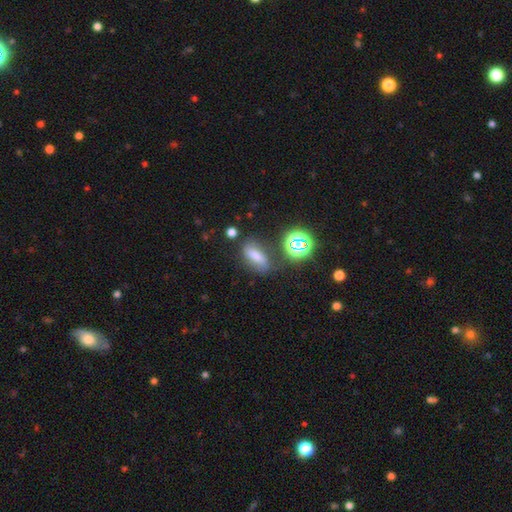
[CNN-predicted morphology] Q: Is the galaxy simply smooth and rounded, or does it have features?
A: smooth — 50%.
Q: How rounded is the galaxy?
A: in between — 68%.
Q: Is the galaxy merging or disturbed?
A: none — 66%.